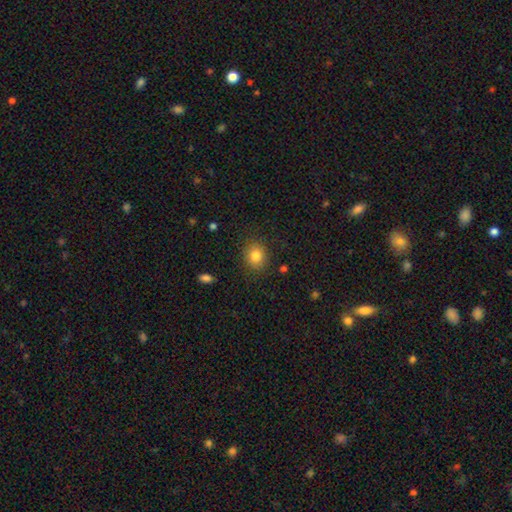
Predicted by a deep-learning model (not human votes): Morphology: type=smooth (82%); roundness=round (66%); merging=none (86%).